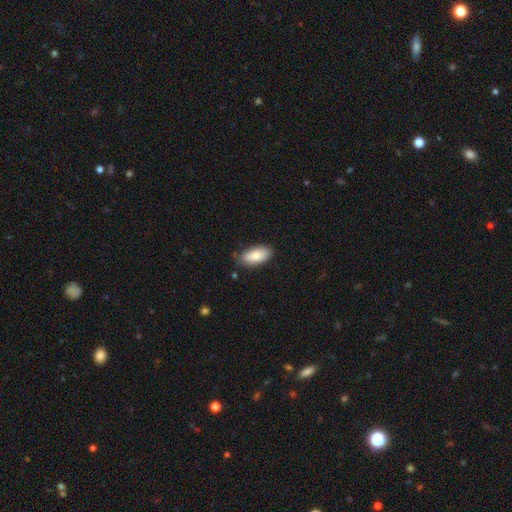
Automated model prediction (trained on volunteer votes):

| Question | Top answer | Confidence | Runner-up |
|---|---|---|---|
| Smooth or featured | smooth | 82% | featured or disk (12%) |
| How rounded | in between | 91% | cigar-shaped (7%) |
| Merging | none | 80% | minor disturbance (16%) |